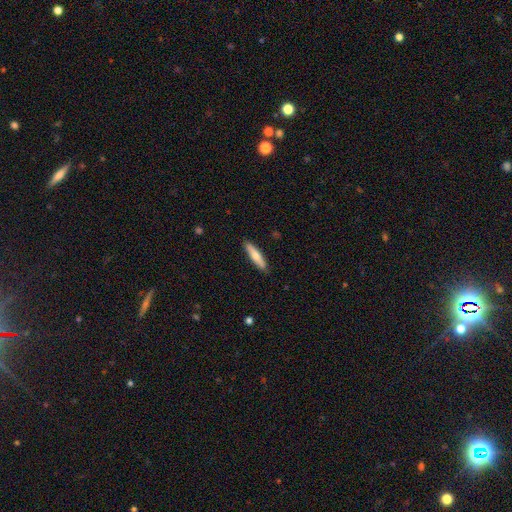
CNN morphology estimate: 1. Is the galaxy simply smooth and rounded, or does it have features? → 66% smooth, 29% featured or disk, 5% star or artifact.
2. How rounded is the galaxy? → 82% cigar-shaped, 16% in between, 2% round.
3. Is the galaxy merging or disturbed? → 89% none, 8% minor disturbance, 2% major disturbance, 1% merger.